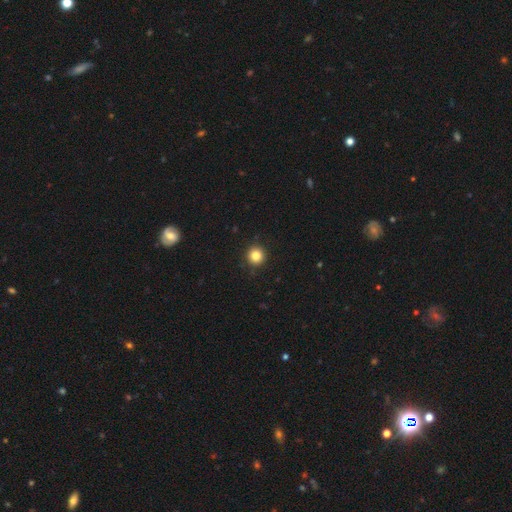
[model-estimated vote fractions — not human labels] smooth 84%, star or artifact 11%, featured or disk 5%. Down the decision tree: how rounded — round (95%); merging — none (92%).